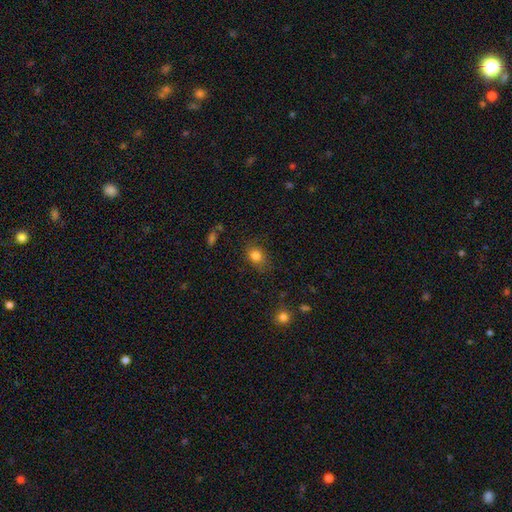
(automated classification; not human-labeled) smooth_or_featured: smooth (p=0.81) [alt: star or artifact p=0.12]
how_rounded: round (p=0.50) [alt: in between p=0.49]
merging: none (p=0.75) [alt: minor disturbance p=0.18]